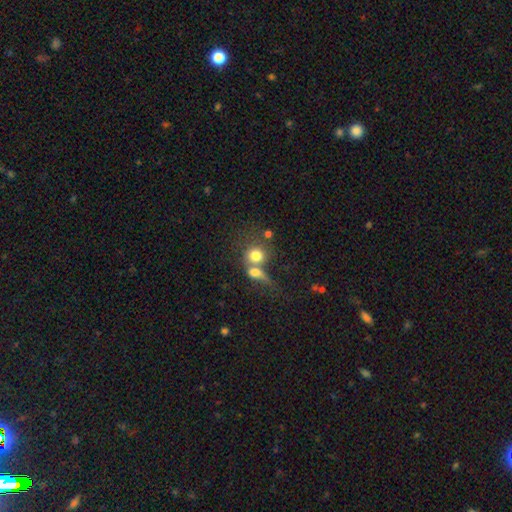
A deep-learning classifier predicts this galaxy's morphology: Smooth or featured? smooth (74%)
How rounded? round (74%)
Merging? merger (62%)